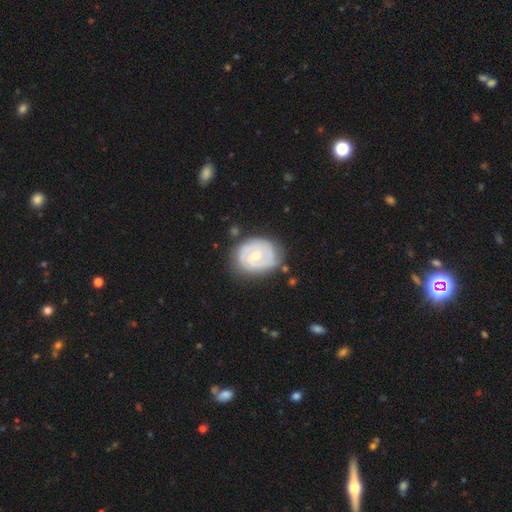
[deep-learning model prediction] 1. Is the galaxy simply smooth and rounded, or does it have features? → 78% featured or disk, 18% smooth, 5% star or artifact.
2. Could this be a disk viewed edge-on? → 98% no, 2% yes.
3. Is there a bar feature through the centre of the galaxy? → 52% no, 40% weak, 8% strong.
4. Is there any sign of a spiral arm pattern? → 86% yes, 14% no.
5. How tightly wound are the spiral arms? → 69% tight, 24% medium, 7% loose.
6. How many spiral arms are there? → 57% 2, 23% can't tell, 8% 3, 7% 1, 2% 4, 2% more than 4.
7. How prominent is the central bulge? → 56% moderate, 39% small, 3% large, 2% none, 1% dominant.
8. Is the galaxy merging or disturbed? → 72% none, 19% minor disturbance, 6% major disturbance, 2% merger.